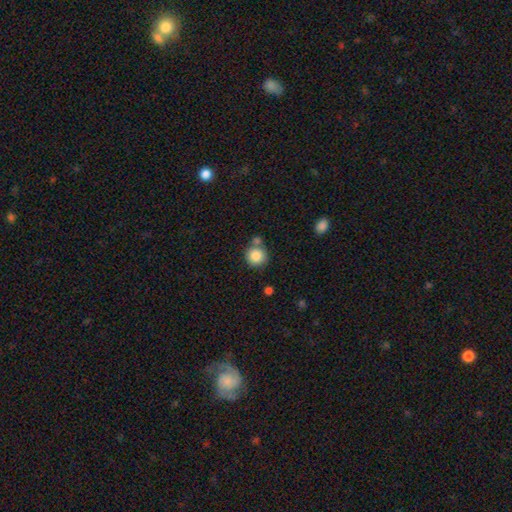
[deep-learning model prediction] smooth_or_featured: smooth (p=0.85) [alt: star or artifact p=0.09]
how_rounded: round (p=0.92) [alt: in between p=0.07]
merging: none (p=0.66) [alt: merger p=0.20]